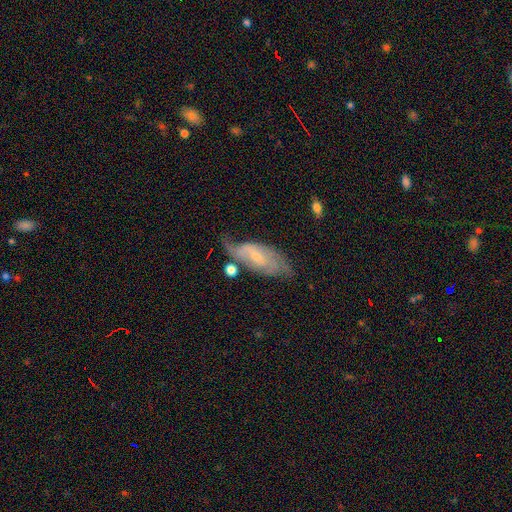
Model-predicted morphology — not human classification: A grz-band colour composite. It shows a featured or disk galaxy (72%) with no bar (48%), 2 (58%) medium (40%) spiral arms (88%) and a small central bulge (69%). Merging: none (48%).